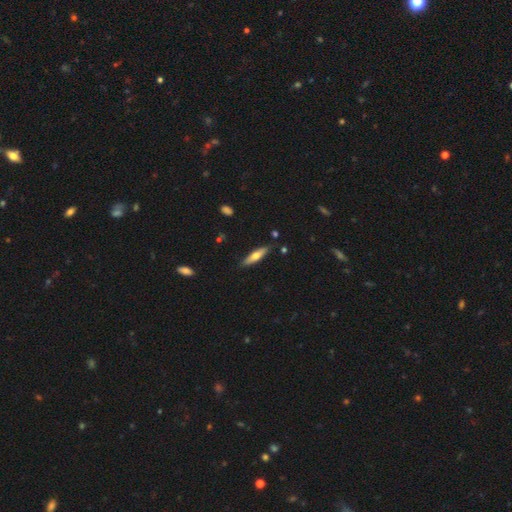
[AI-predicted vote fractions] smooth 54%, featured or disk 40%, star or artifact 6%. Down the decision tree: how rounded — cigar-shaped (74%); merging — none (85%).